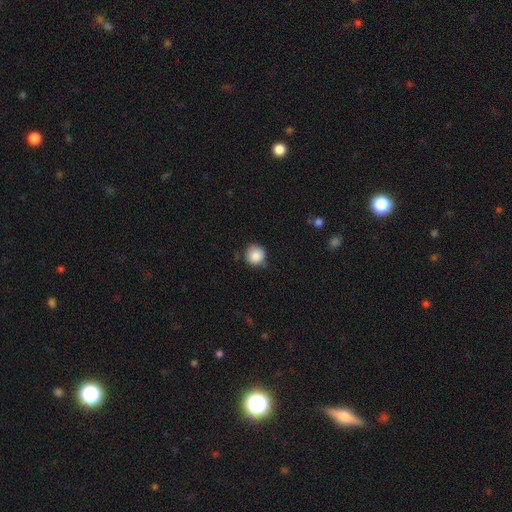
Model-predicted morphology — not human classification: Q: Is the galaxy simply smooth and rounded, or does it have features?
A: smooth — 86%.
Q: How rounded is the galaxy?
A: round — 93%.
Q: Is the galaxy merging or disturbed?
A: none — 75%.